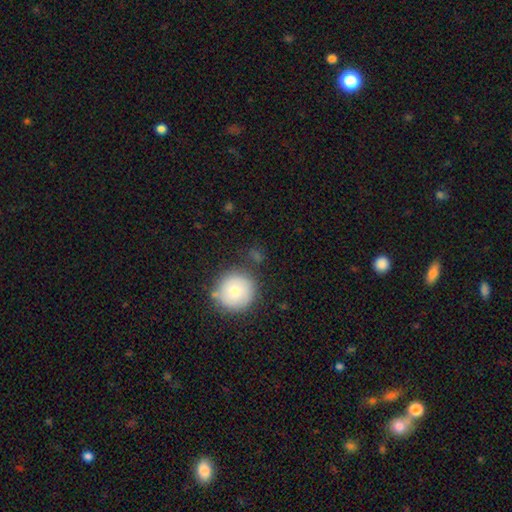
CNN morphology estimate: This is likely a smooth galaxy (72%). How rounded: clearly round (92%). Merging: likely none (77%).